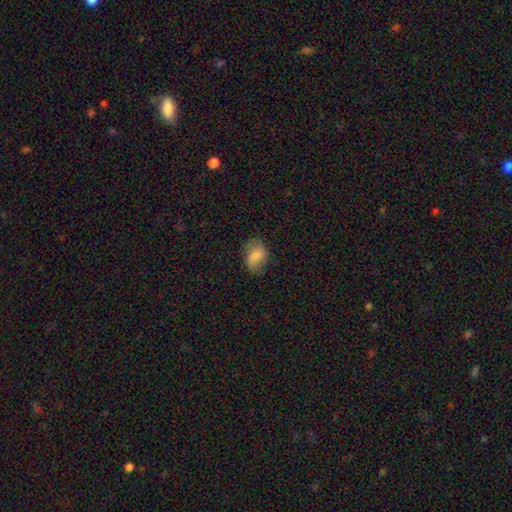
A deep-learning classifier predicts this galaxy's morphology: smooth-or-featured: smooth: 76% | featured or disk: 16% | star or artifact: 8%
  how-rounded: in between: 83% | round: 15% | cigar-shaped: 1%
  merging: none: 65% | minor disturbance: 25% | major disturbance: 9% | merger: 1%